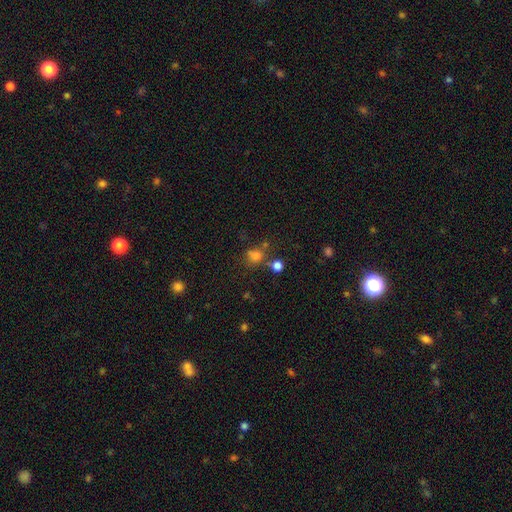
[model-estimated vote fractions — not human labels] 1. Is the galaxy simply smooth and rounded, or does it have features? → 71% smooth, 19% star or artifact, 9% featured or disk.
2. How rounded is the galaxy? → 74% round, 25% in between, 1% cigar-shaped.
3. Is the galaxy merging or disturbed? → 56% none, 20% merger, 15% minor disturbance, 8% major disturbance.